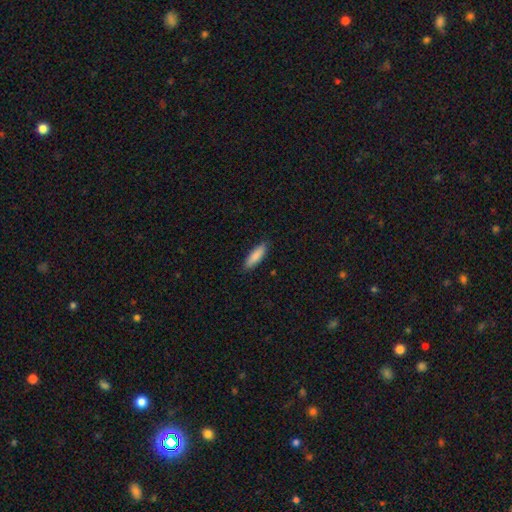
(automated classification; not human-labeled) Overall: smooth (87%). How rounded: cigar-shaped (56%; in between 43%). Merging: none (88%).